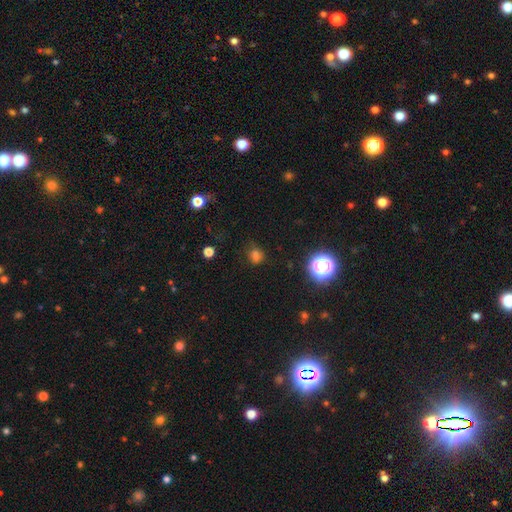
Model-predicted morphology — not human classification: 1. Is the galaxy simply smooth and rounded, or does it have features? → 64% smooth, 28% star or artifact, 8% featured or disk.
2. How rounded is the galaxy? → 66% round, 33% in between, 2% cigar-shaped.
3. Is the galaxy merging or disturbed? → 64% none, 18% minor disturbance, 10% merger, 8% major disturbance.